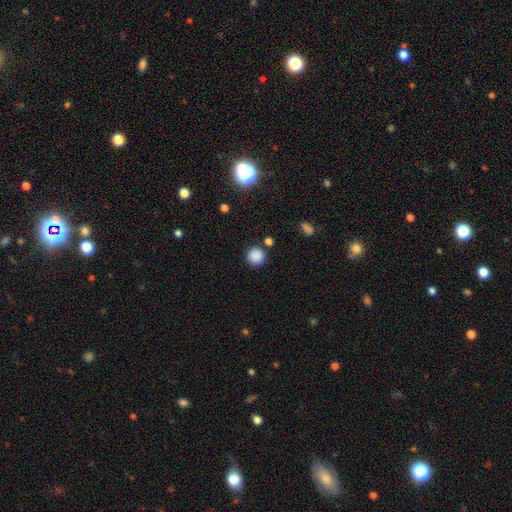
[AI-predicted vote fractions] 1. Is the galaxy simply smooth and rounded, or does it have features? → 85% smooth, 11% star or artifact, 3% featured or disk.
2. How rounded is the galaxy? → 94% round, 5% in between, 1% cigar-shaped.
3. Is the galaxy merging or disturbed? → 87% none, 7% minor disturbance, 4% merger, 3% major disturbance.